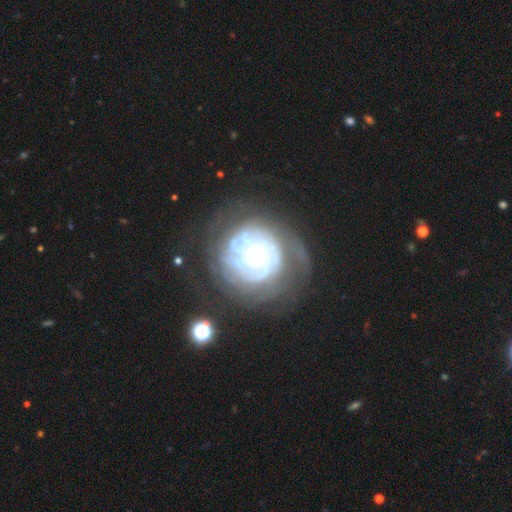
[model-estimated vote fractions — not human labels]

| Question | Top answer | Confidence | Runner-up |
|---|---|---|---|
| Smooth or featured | featured or disk | 85% | smooth (9%) |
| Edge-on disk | no | 97% | yes (3%) |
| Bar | no | 81% | weak (14%) |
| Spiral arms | yes | 90% | no (10%) |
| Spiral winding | tight | 75% | medium (19%) |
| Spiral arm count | can't tell | 44% | 2 (14%) |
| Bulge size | moderate | 65% | small (26%) |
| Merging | none | 62% | minor disturbance (20%) |